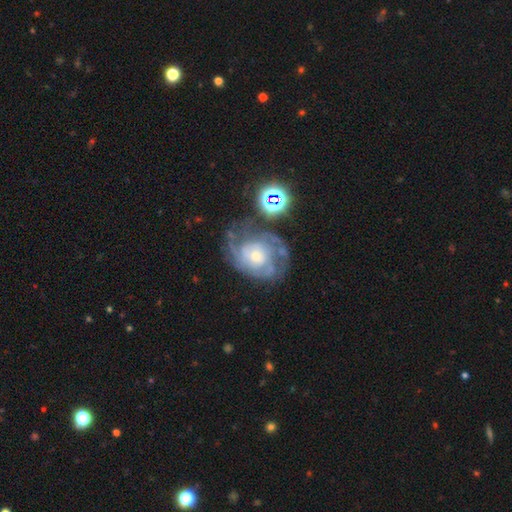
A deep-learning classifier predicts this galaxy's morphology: Q: Smooth or featured?
A: featured or disk (84%); runner-up: smooth (8%)
Q: Edge-on disk?
A: no (97%); runner-up: yes (3%)
Q: Bar?
A: no (73%); runner-up: weak (22%)
Q: Spiral arms?
A: yes (93%); runner-up: no (7%)
Q: Spiral winding?
A: tight (56%); runner-up: medium (35%)
Q: Spiral arm count?
A: can't tell (33%); runner-up: 2 (25%)
Q: Bulge size?
A: small (57%); runner-up: moderate (37%)
Q: Merging?
A: none (55%); runner-up: minor disturbance (21%)